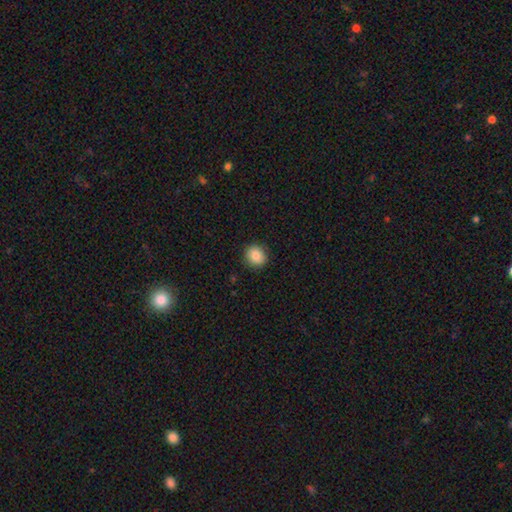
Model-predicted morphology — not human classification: smooth_or_featured: smooth (p=0.84) [alt: star or artifact p=0.09]
how_rounded: round (p=0.83) [alt: in between p=0.16]
merging: none (p=0.90) [alt: minor disturbance p=0.07]